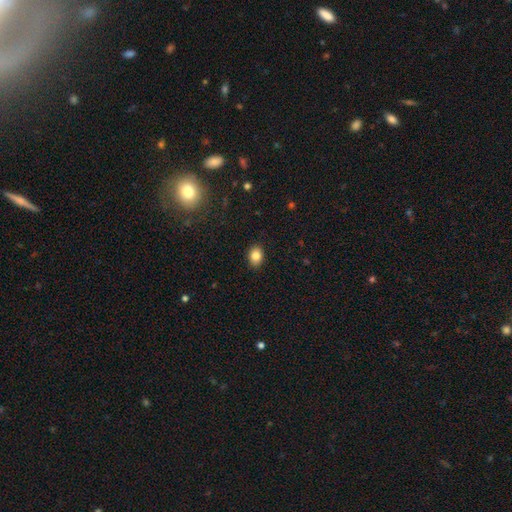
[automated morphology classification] Q: Smooth or featured?
A: smooth (84%); runner-up: star or artifact (9%)
Q: How rounded?
A: in between (71%); runner-up: round (28%)
Q: Merging?
A: none (89%); runner-up: minor disturbance (8%)